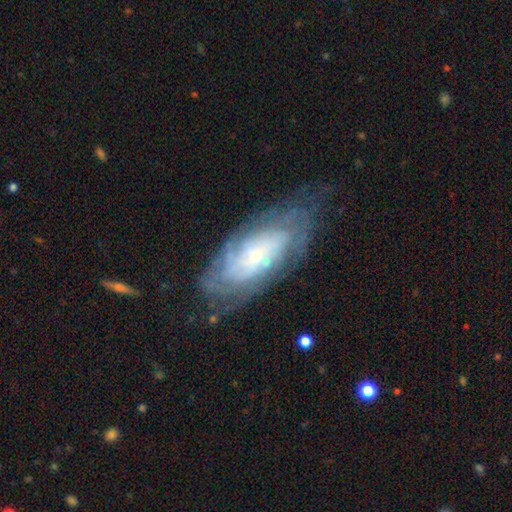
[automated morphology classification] The model was most divided on "spiral arm count": can't tell: 58%, 2: 11%, 4: 11%, more than 4: 9%, 3: 8%, 1: 4%. More confident: edge-on disk — no (90%); spiral arms — yes (90%); smooth or featured — featured or disk (76%); bulge size — small (72%); spiral winding — tight (71%); bar — no (71%); merging — none (69%).